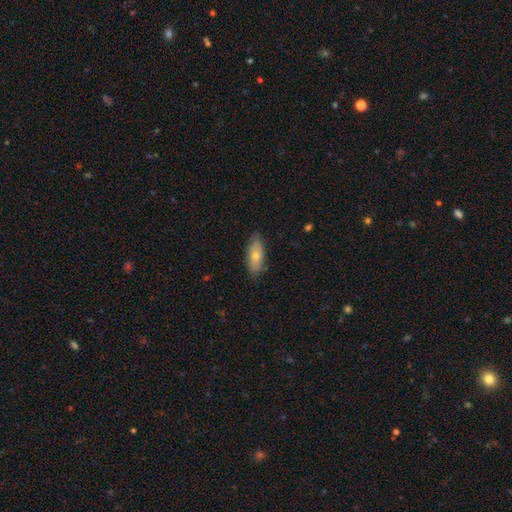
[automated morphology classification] A smooth galaxy with no disk features (70%) that is in between round and cigar-shaped (80%). Merging: none (80%).